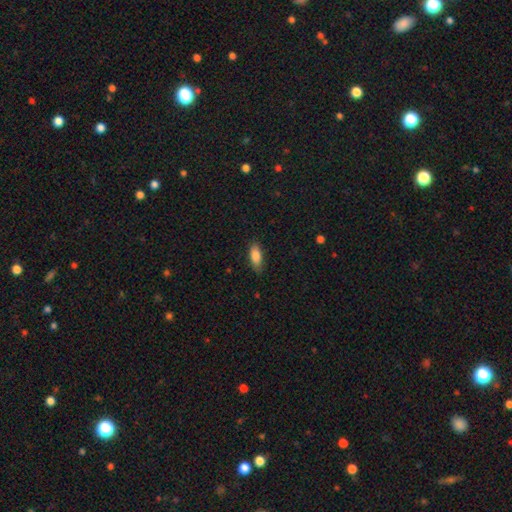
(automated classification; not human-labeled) Overall: smooth (85%). How rounded: in between (80%). Merging: none (82%).